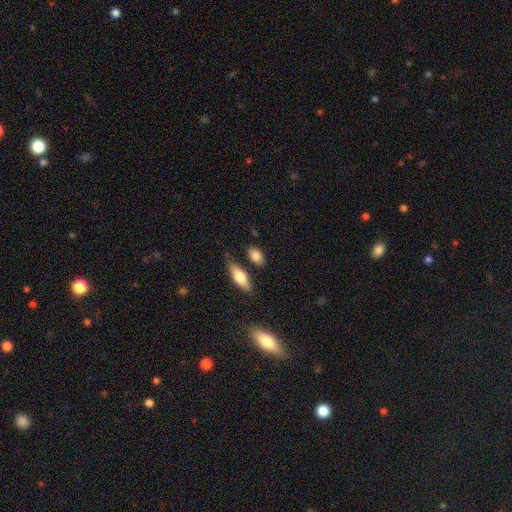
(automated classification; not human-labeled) Q: Smooth or featured?
A: smooth (84%); runner-up: featured or disk (9%)
Q: How rounded?
A: in between (84%); runner-up: round (10%)
Q: Merging?
A: none (75%); runner-up: minor disturbance (13%)